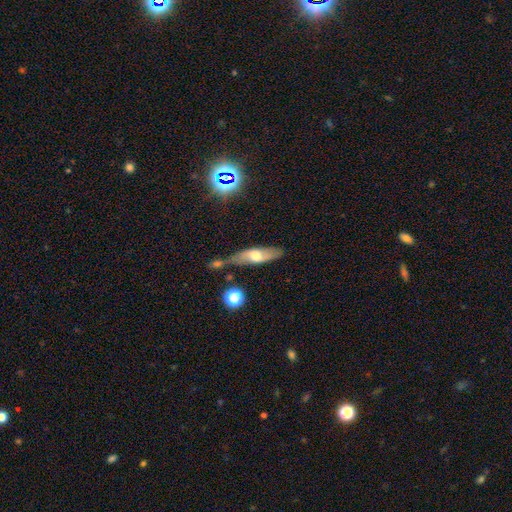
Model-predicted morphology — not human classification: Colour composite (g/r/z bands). It shows a smooth galaxy with no disk features (50%). Merging: none (58%).